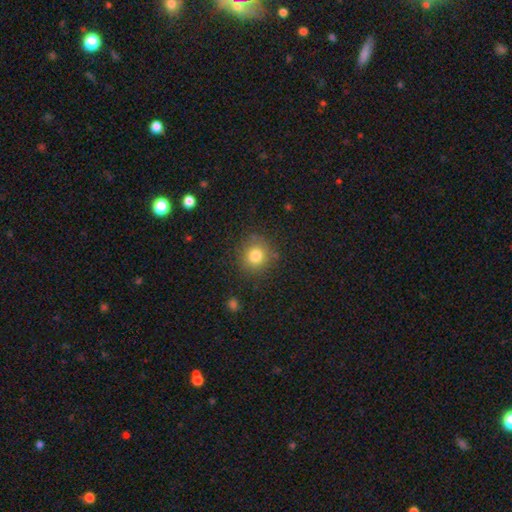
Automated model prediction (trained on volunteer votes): Overall: smooth (80%). How rounded: round (89%). Merging: none (84%).